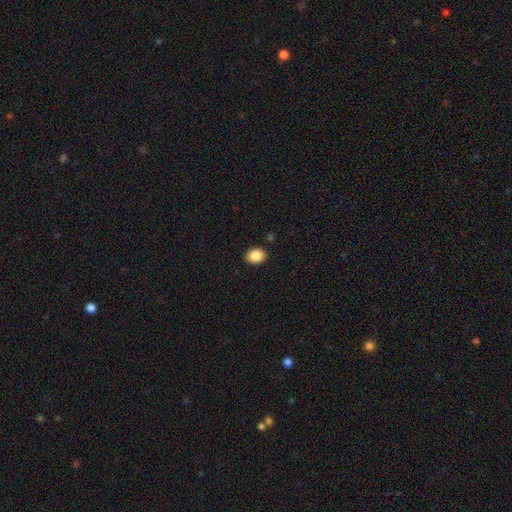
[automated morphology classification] Q: Smooth or featured?
A: smooth (88%); runner-up: star or artifact (8%)
Q: How rounded?
A: in between (56%); runner-up: round (44%)
Q: Merging?
A: none (90%); runner-up: minor disturbance (7%)